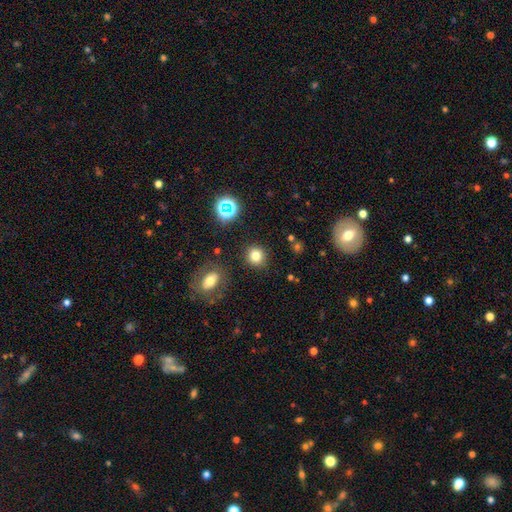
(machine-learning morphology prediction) Smooth or featured? smooth (78%)
How rounded? round (89%)
Merging? none (88%)